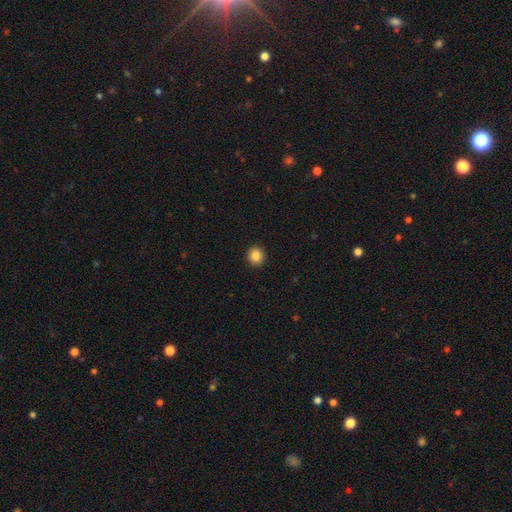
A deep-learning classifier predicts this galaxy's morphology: Smooth or featured? Predicted: smooth (p=0.86). How rounded? Predicted: round (p=0.87). Merging? Predicted: none (p=0.93).